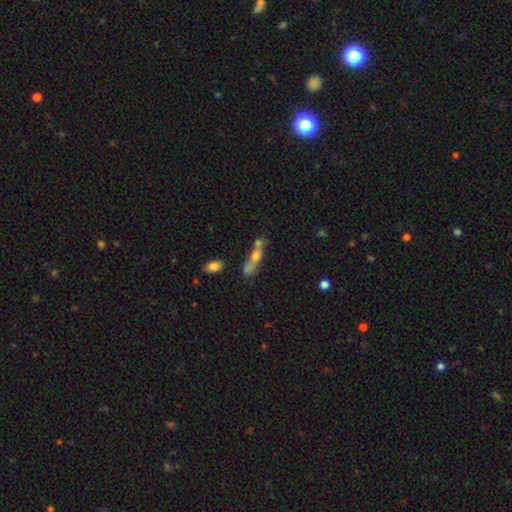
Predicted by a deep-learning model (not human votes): Q: Smooth or featured?
A: smooth (52%); runner-up: featured or disk (35%)
Q: How rounded?
A: cigar-shaped (62%); runner-up: in between (29%)
Q: Merging?
A: merger (39%); runner-up: none (37%)